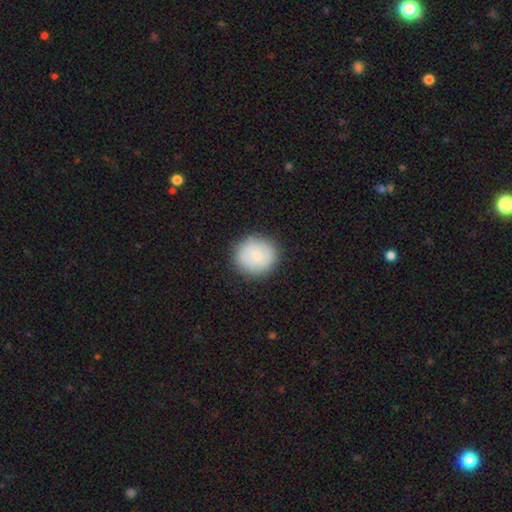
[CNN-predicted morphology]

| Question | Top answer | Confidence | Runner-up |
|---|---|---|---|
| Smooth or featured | smooth | 72% | featured or disk (21%) |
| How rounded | round | 89% | in between (10%) |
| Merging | none | 87% | minor disturbance (9%) |